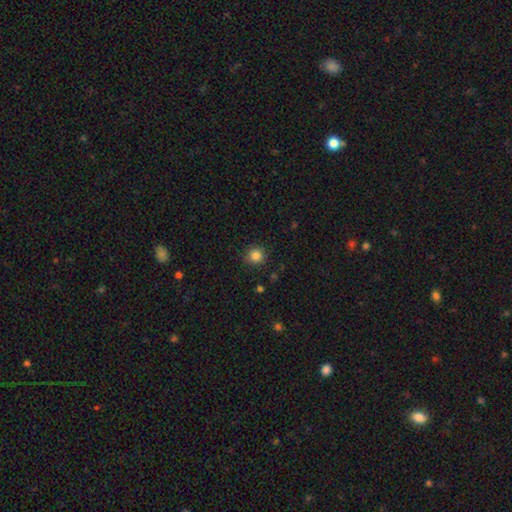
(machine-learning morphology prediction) Smooth or featured: smooth — 84% (star or artifact — 11%)
How rounded: round — 92% (in between — 7%)
Merging: none — 89% (minor disturbance — 8%)